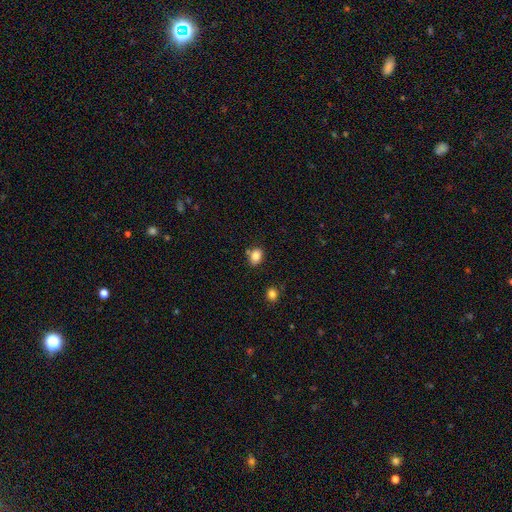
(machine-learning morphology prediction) This is clearly a smooth galaxy (84%). How rounded: likely in between (66%). Merging: likely none (72%).